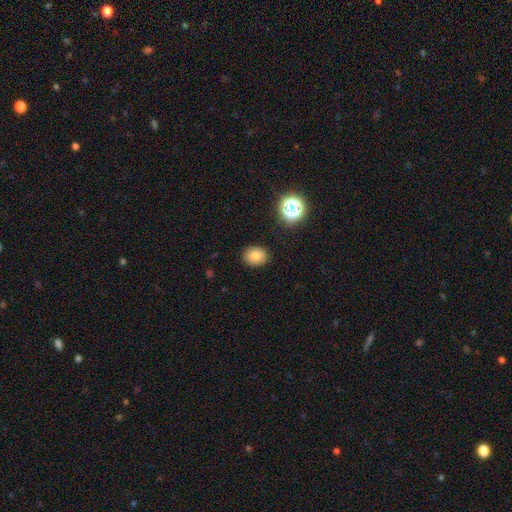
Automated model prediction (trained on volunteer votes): Smooth or featured? Predicted: smooth (p=0.81). How rounded? Predicted: round (p=0.51). Merging? Predicted: none (p=0.88).